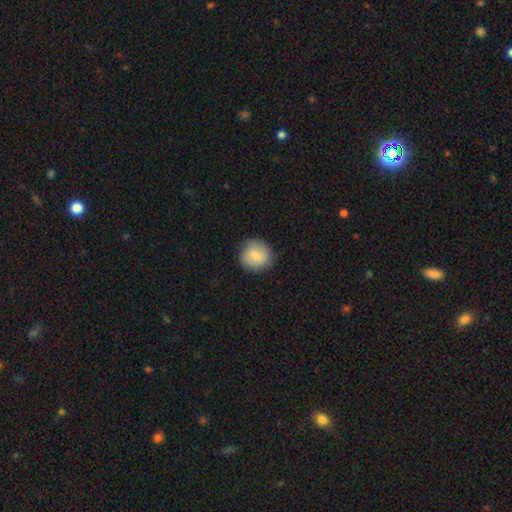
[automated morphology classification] A smooth galaxy with no disk features (73%) that is round (89%). Merging: none (82%).